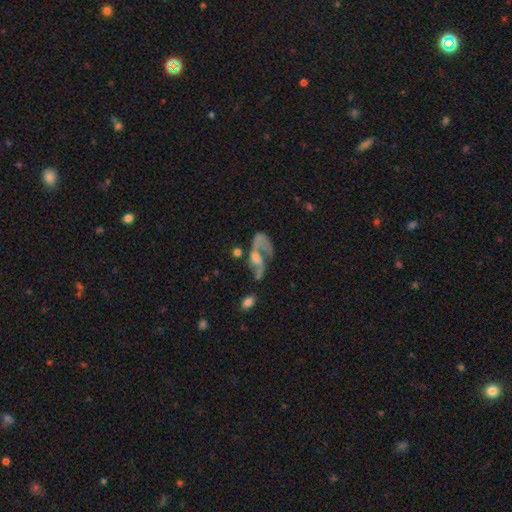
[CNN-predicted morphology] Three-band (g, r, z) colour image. It shows a featured or disk galaxy (64%) with no bar (69%), spiral arms (64%) and no central bulge (39%). Merging: major disturbance (39%).